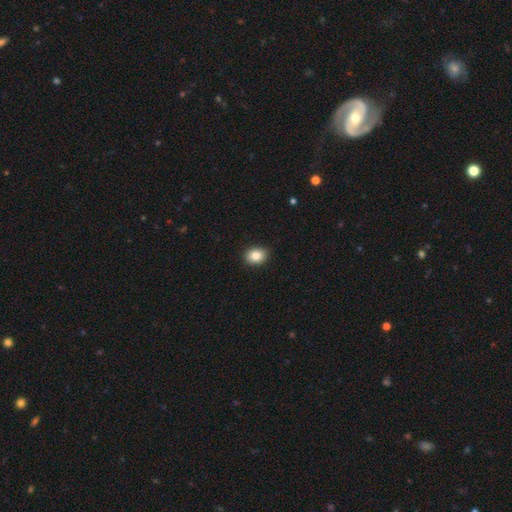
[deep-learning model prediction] Q: Smooth or featured?
A: smooth (85%); runner-up: star or artifact (9%)
Q: How rounded?
A: in between (52%); runner-up: round (47%)
Q: Merging?
A: none (89%); runner-up: minor disturbance (8%)